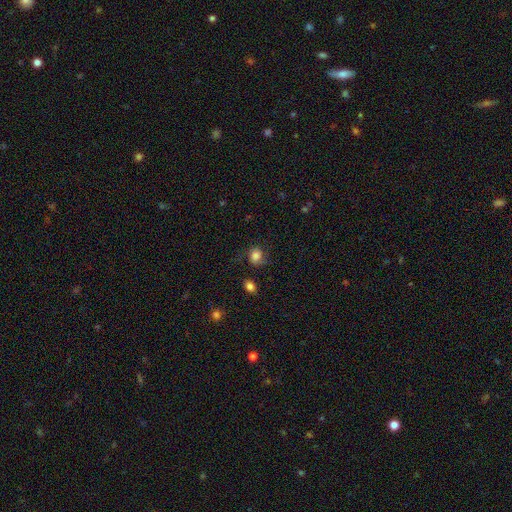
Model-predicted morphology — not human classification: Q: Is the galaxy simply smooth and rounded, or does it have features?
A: smooth — 72%.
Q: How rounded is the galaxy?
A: round — 64%.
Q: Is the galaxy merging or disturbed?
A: none — 58%.